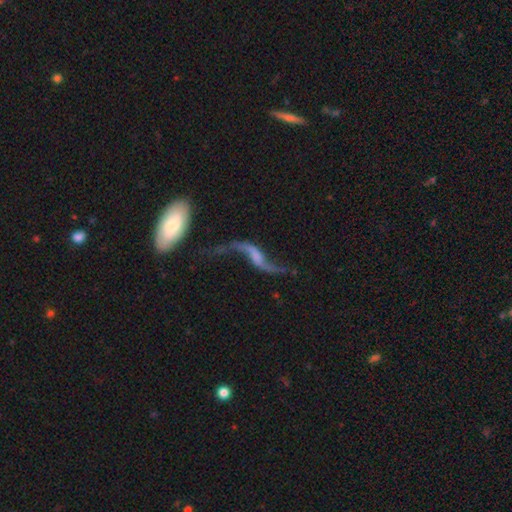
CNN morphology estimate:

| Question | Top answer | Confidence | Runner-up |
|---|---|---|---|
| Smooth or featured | featured or disk | 85% | smooth (8%) |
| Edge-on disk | no | 91% | yes (9%) |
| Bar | no | 43% | weak (38%) |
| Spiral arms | yes | 93% | no (7%) |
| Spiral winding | loose | 96% | medium (3%) |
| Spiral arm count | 2 | 92% | 1 (3%) |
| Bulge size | none | 51% | small (26%) |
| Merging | none | 53% | major disturbance (18%) |